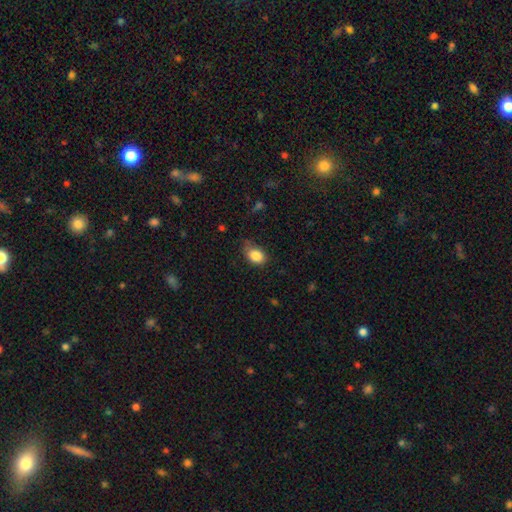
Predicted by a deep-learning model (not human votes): A smooth galaxy with no disk features (85%) that is in between round and cigar-shaped (74%). Merging: none (62%).